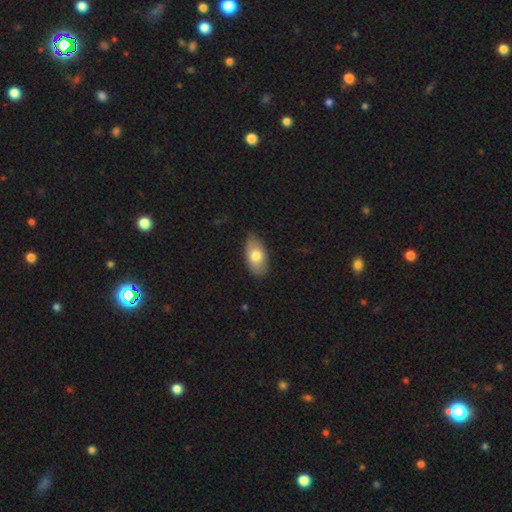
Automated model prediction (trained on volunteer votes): smooth 76%, featured or disk 18%, star or artifact 7%. Down the decision tree: how rounded — in between (92%); merging — none (77%).